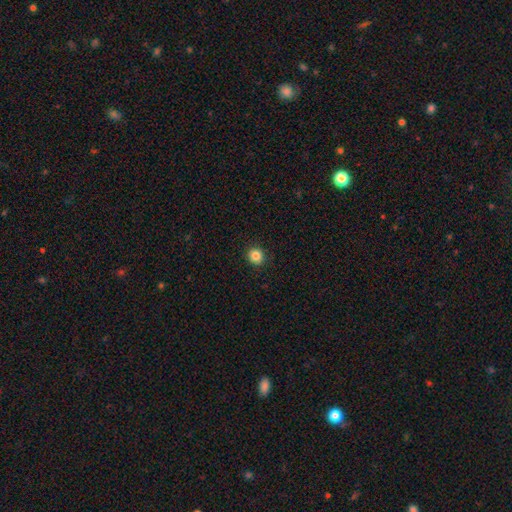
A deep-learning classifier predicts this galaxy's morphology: Q: Smooth or featured?
A: smooth (85%); runner-up: star or artifact (11%)
Q: How rounded?
A: round (85%); runner-up: in between (14%)
Q: Merging?
A: none (91%); runner-up: minor disturbance (6%)